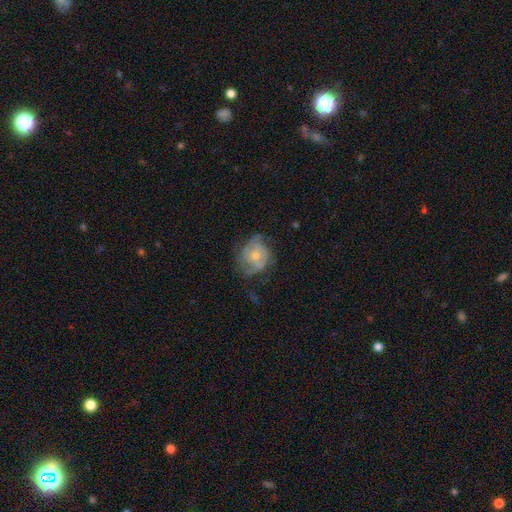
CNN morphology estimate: The model was most divided on "bulge size": moderate: 49%, small: 45%, large: 2%, none: 2%, dominant: 1%. Remaining: edge-on disk — no (97%); bar — no (80%); spiral arms — yes (76%); smooth or featured — featured or disk (63%); merging — none (50%).